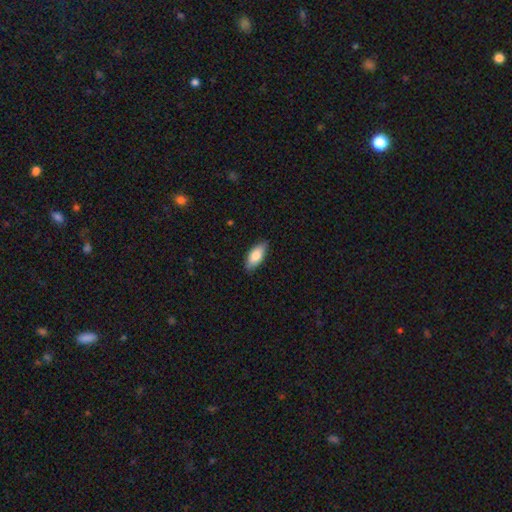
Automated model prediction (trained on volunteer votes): smooth-or-featured: smooth: 81% | featured or disk: 13% | star or artifact: 6%
  how-rounded: in between: 85% | cigar-shaped: 13% | round: 2%
  merging: none: 85% | minor disturbance: 12% | major disturbance: 2% | merger: 1%